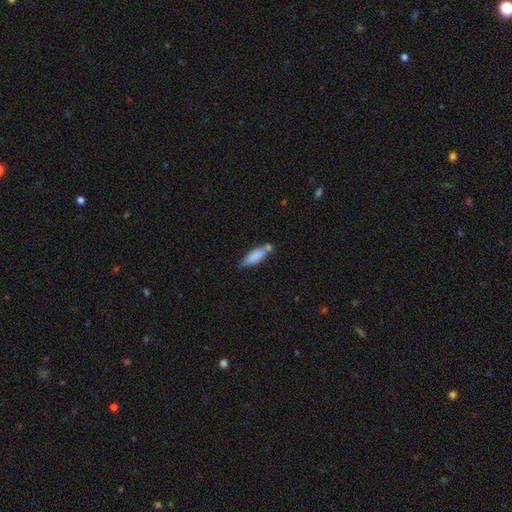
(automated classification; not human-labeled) Morphology: type=smooth (80%); roundness=in between (54%); merging=none (47%).